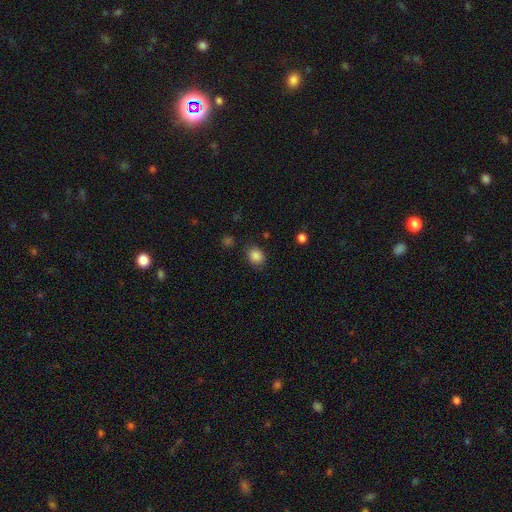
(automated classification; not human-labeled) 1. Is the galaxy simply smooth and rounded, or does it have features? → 86% smooth, 10% star or artifact, 4% featured or disk.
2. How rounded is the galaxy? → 61% round, 38% in between, 1% cigar-shaped.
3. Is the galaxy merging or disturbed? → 83% none, 12% minor disturbance, 3% major disturbance, 2% merger.